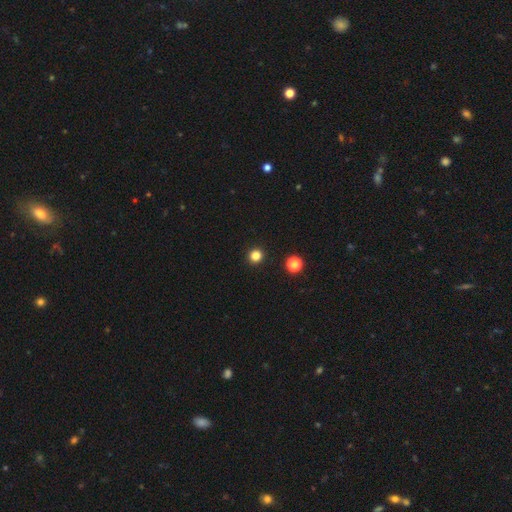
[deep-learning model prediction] Smooth or featured? smooth (82%)
How rounded? round (94%)
Merging? none (94%)